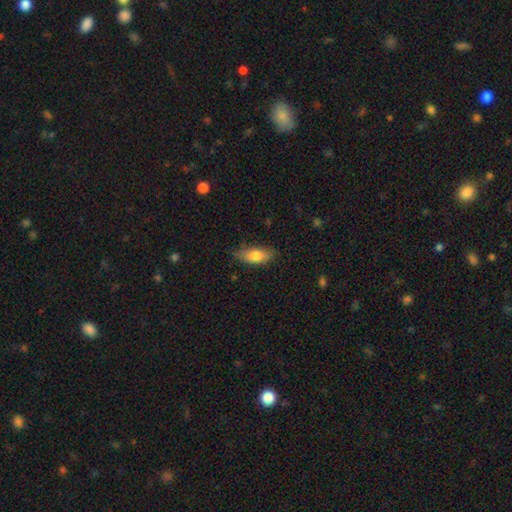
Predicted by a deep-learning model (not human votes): Smooth or featured? smooth (76%)
How rounded? in between (80%)
Merging? none (73%)